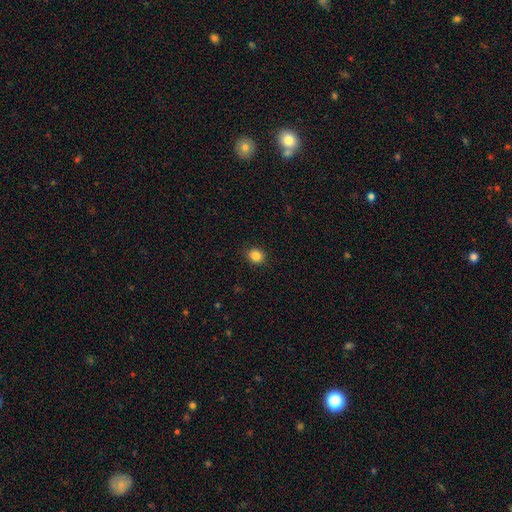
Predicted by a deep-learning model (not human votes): This appears to be a smooth galaxy with no disk features (86%) that is round (71%). Merging: none (90%).